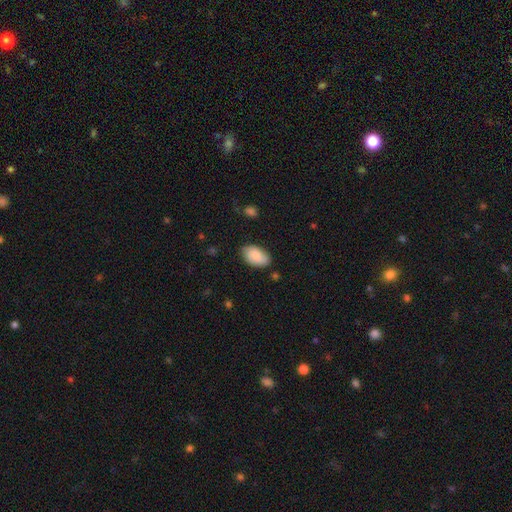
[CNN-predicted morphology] smooth-or-featured: smooth: 82% | featured or disk: 12% | star or artifact: 6%
  how-rounded: in between: 94% | round: 5% | cigar-shaped: 1%
  merging: none: 76% | minor disturbance: 19% | major disturbance: 3% | merger: 2%